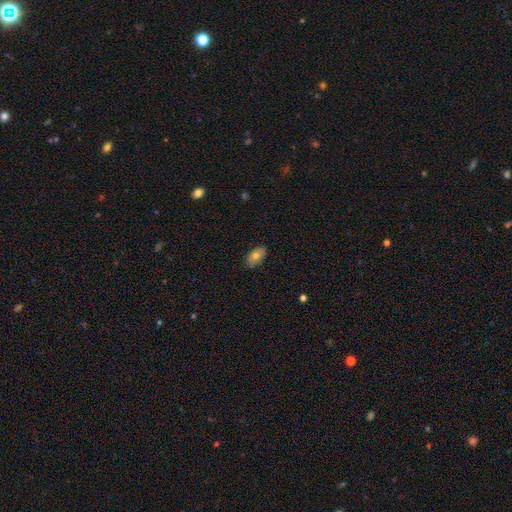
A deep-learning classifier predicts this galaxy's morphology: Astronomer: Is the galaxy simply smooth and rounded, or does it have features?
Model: smooth — 74%.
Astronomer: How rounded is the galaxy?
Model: in between — 92%.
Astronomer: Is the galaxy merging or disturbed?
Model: none — 85%.